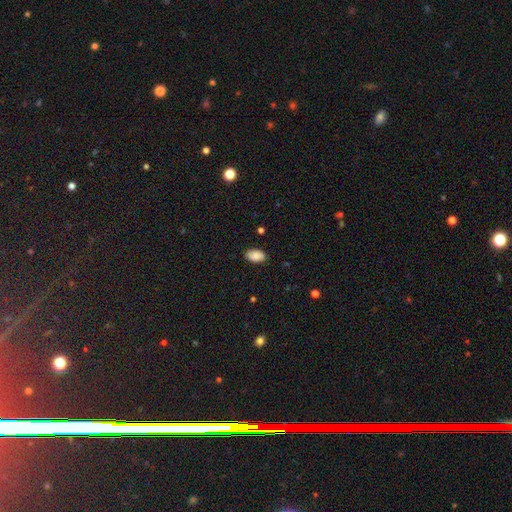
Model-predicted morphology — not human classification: This is clearly a smooth galaxy (87%). How rounded: clearly in between (92%). Merging: clearly none (86%).